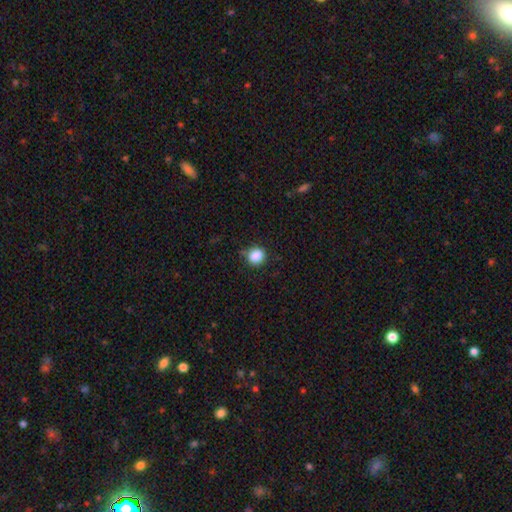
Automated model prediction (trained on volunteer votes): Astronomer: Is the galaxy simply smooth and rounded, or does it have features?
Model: smooth — 87%.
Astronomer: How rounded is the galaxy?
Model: round — 79%.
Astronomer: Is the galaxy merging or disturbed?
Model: none — 79%.